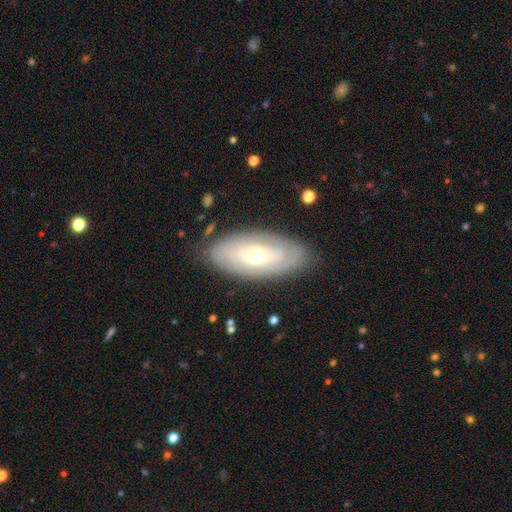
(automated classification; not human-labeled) Smooth or featured?
  - featured or disk: 59% *
  - smooth: 34%
  - star or artifact: 7%
Edge-on disk?
  - no: 86% *
  - yes: 14%
Bar?
  - no: 70% *
  - weak: 22%
  - strong: 7%
Spiral arms?
  - yes: 62% *
  - no: 38%
Bulge size?
  - moderate: 51% *
  - small: 44%
  - large: 3%
  - dominant: 1%
  - none: 1%
Merging?
  - none: 82% *
  - minor disturbance: 13%
  - major disturbance: 4%
  - merger: 1%